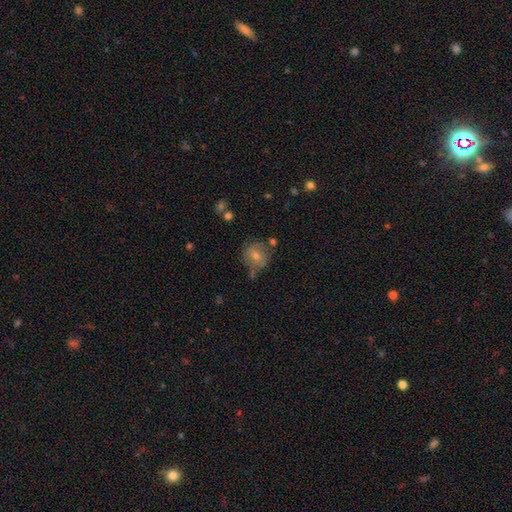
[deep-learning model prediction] A featured or disk galaxy (42%, tied with smooth). Merging: none (64%).